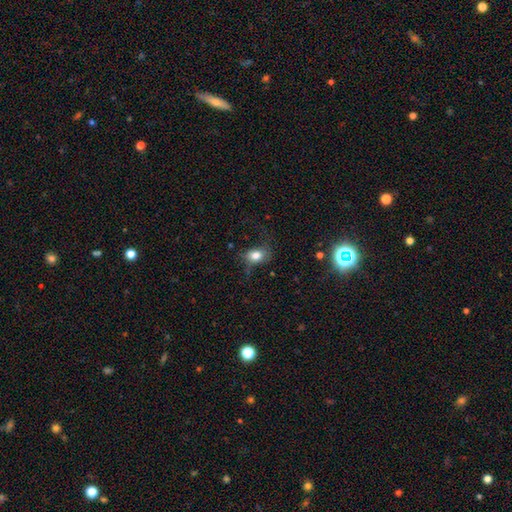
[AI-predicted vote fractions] Smooth or featured? smooth (77%)
How rounded? in between (71%)
Merging? none (55%)